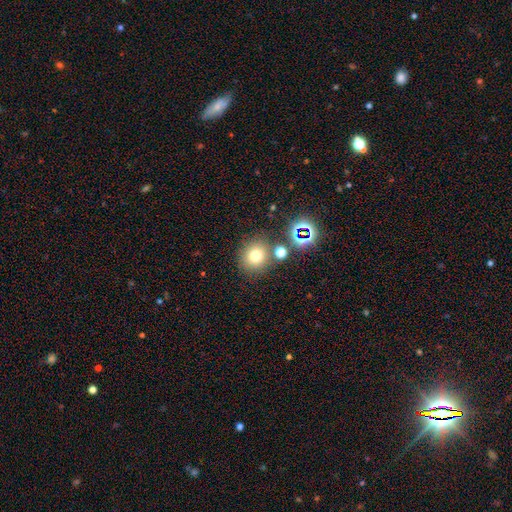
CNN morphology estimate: smooth 70%, star or artifact 20%, featured or disk 10%. Down the decision tree: how rounded — round (85%); merging — none (75%).